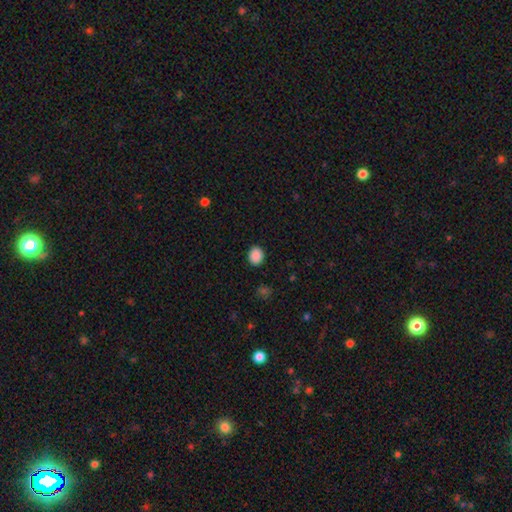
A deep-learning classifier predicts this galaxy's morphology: This is clearly a smooth galaxy (89%). How rounded: likely round (62%). Merging: clearly none (90%).